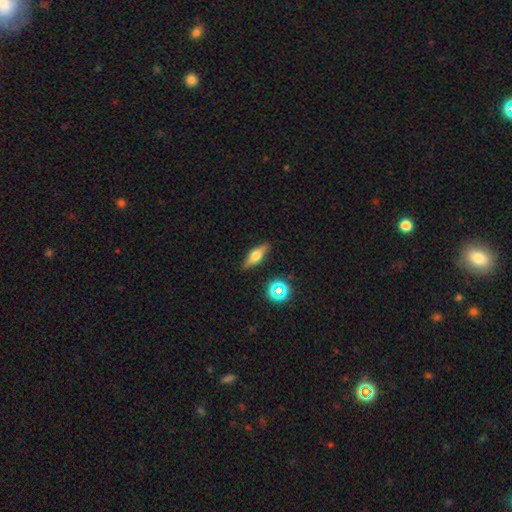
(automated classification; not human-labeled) Smooth or featured: featured or disk — 47% (smooth — 42%)
Merging: none — 87% (minor disturbance — 10%)